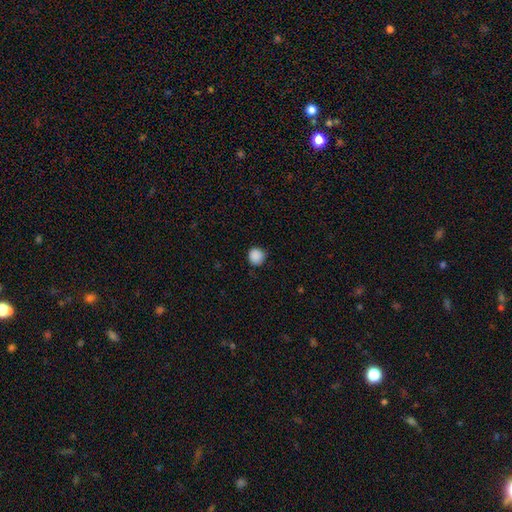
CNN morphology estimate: This is clearly a smooth galaxy (88%). How rounded: clearly round (92%). Merging: clearly none (87%).